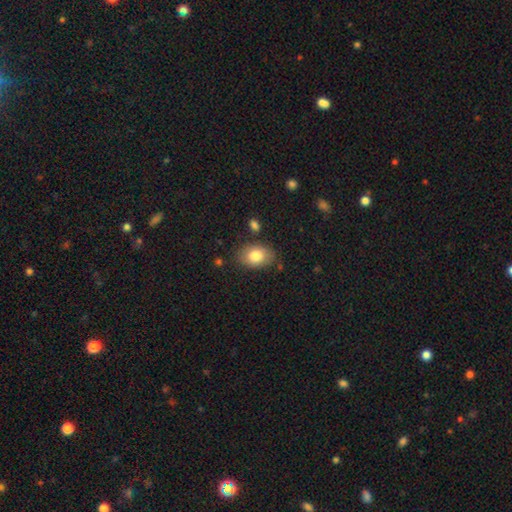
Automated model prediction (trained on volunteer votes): smooth-or-featured: smooth: 82% | featured or disk: 11% | star or artifact: 7%
  how-rounded: in between: 82% | round: 17% | cigar-shaped: 1%
  merging: none: 79% | minor disturbance: 14% | major disturbance: 4% | merger: 3%